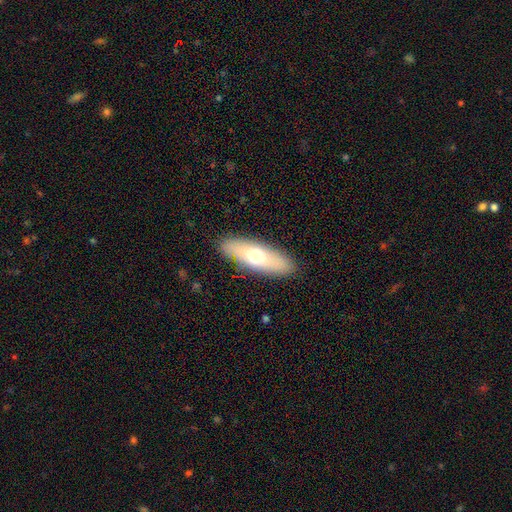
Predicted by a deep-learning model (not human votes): Smooth or featured?
  - smooth: 62% *
  - featured or disk: 31%
  - star or artifact: 7%
How rounded?
  - in between: 58% *
  - cigar-shaped: 39%
  - round: 3%
Merging?
  - none: 88% *
  - minor disturbance: 8%
  - major disturbance: 3%
  - merger: 1%